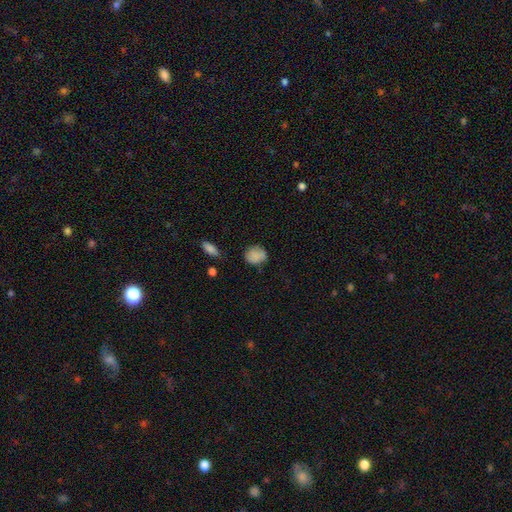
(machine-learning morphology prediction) Smooth or featured? smooth (83%)
How rounded? round (63%)
Merging? none (63%)